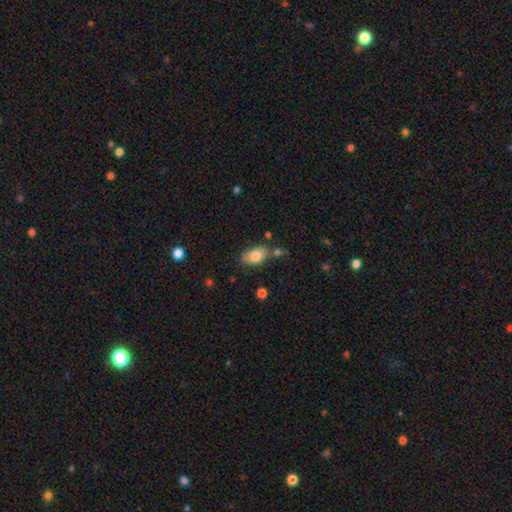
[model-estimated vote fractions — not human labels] This appears to be a smooth galaxy with no disk features (82%) that is in between round and cigar-shaped (90%). Merging: none (62%).